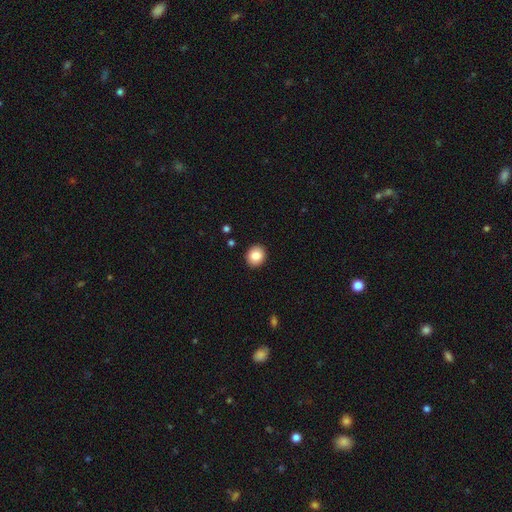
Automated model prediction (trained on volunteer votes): A smooth galaxy with no disk features (85%) that is round (75%). Merging: none (92%).